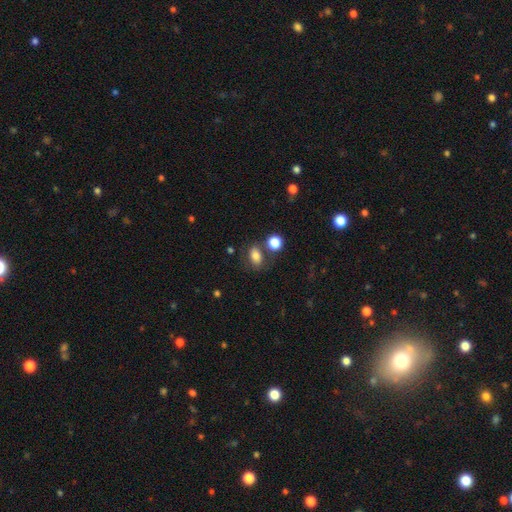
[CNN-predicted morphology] The model was most divided on "merging": none: 62%, merger: 17%, minor disturbance: 15%, major disturbance: 6%. More confident: smooth or featured — smooth (78%); how rounded — in between (77%).